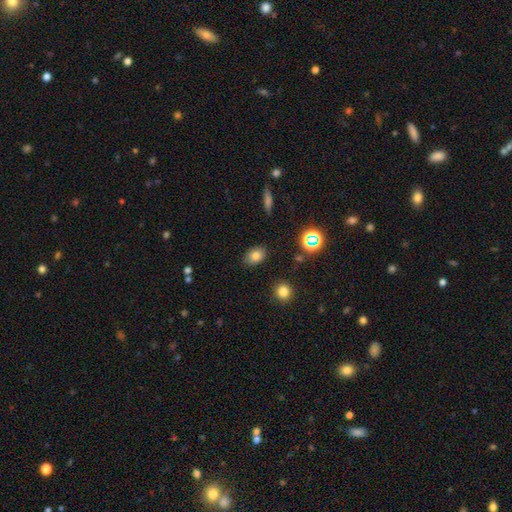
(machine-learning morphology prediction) Q: Smooth or featured?
A: smooth (78%); runner-up: star or artifact (13%)
Q: How rounded?
A: in between (74%); runner-up: round (24%)
Q: Merging?
A: none (85%); runner-up: minor disturbance (10%)